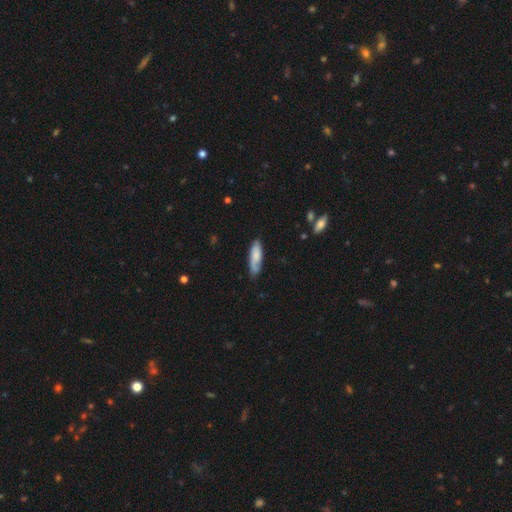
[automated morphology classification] smooth-or-featured: smooth: 65% | featured or disk: 28% | star or artifact: 6%
  how-rounded: in between: 50% | cigar-shaped: 48% | round: 2%
  merging: none: 71% | minor disturbance: 22% | major disturbance: 5% | merger: 2%